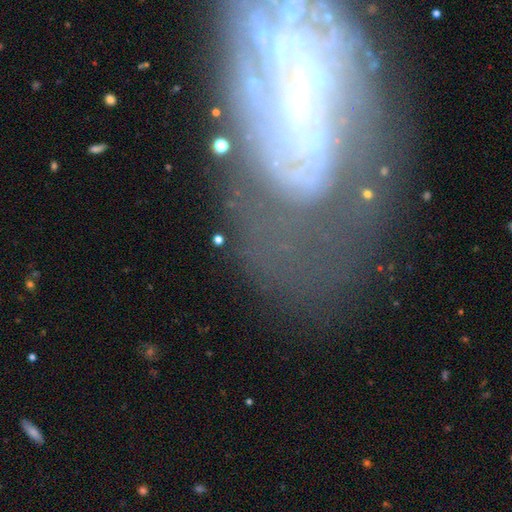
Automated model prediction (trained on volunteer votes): The model was most divided on "bar": no: 49%, weak: 29%, strong: 22%. Remaining: edge-on disk — no (92%); spiral arms — yes (73%); smooth or featured — featured or disk (70%); merging — none (52%); bulge size — small (46%).